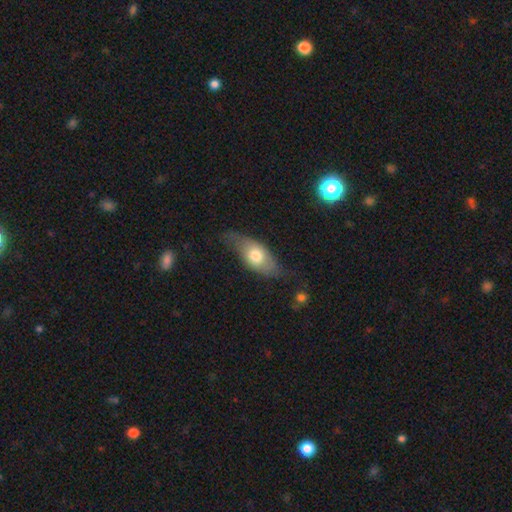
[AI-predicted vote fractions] This is likely a smooth galaxy (61%). How rounded: clearly in between (82%). Merging: possibly none (54%).